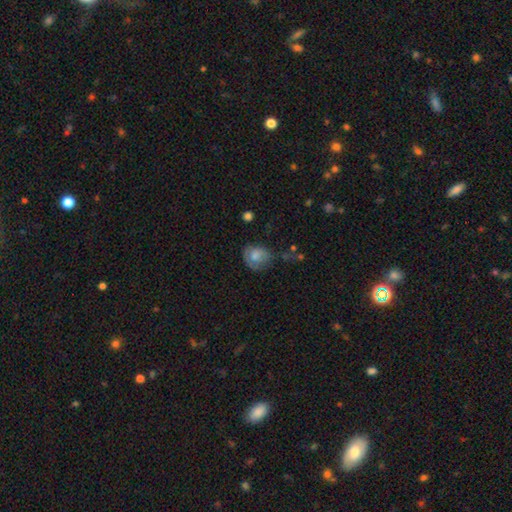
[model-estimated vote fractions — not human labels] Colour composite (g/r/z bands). It shows a smooth galaxy with no disk features (65%) that is round (60%). Merging: none (45%).